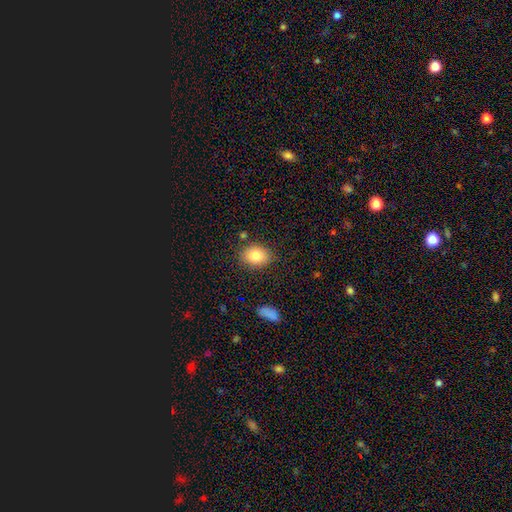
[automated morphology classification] This appears to be a smooth galaxy with no disk features (81%) that is in between round and cigar-shaped (66%). Merging: none (82%).